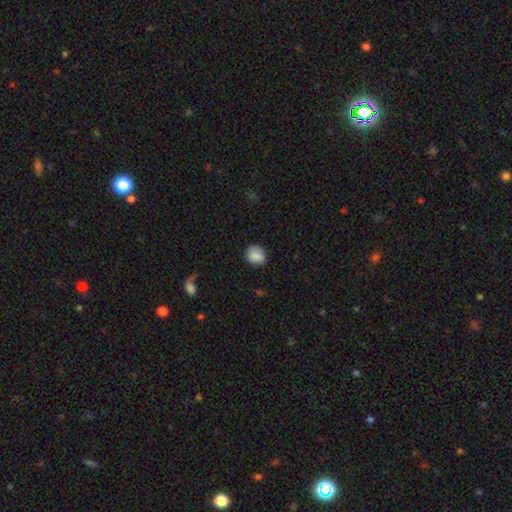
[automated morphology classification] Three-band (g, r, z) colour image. It shows a smooth galaxy with no disk features (87%) that is round (75%). Merging: none (84%).